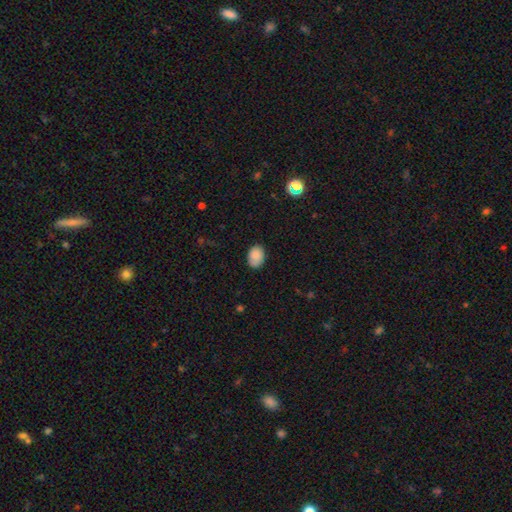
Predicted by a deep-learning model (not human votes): smooth-or-featured: smooth: 85% | star or artifact: 8% | featured or disk: 7%
  how-rounded: in between: 74% | round: 25% | cigar-shaped: 1%
  merging: none: 78% | minor disturbance: 18% | major disturbance: 3% | merger: 1%